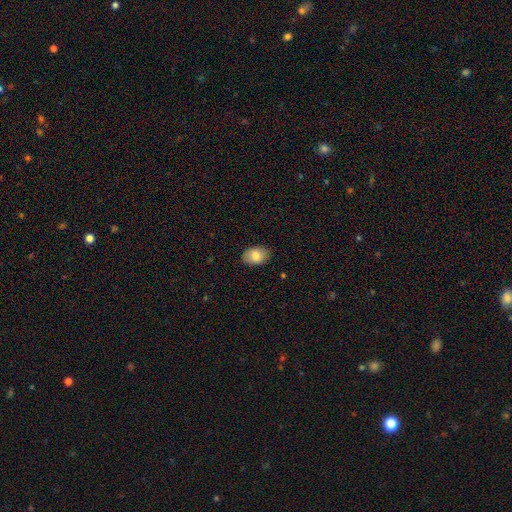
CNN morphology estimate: type=smooth (83%); roundness=in between (86%); merging=none (85%).